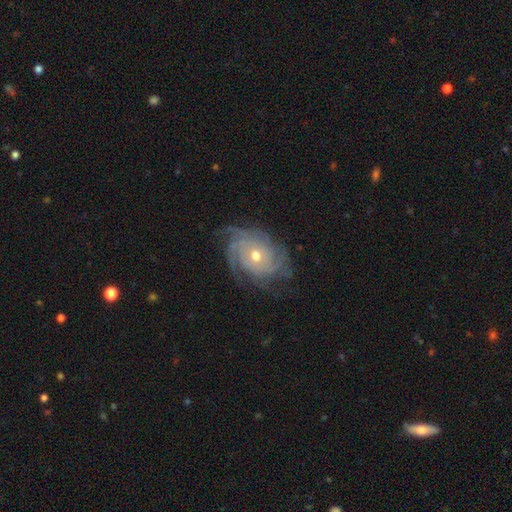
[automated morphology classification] featured or disk 87%, smooth 7%, star or artifact 6%. Down the decision tree: edge-on disk — no (96%); bar — no (79%); spiral arms — yes (96%); spiral arm count — can't tell (29%); spiral winding — tight (70%); bulge size — moderate (59%); merging — none (72%).